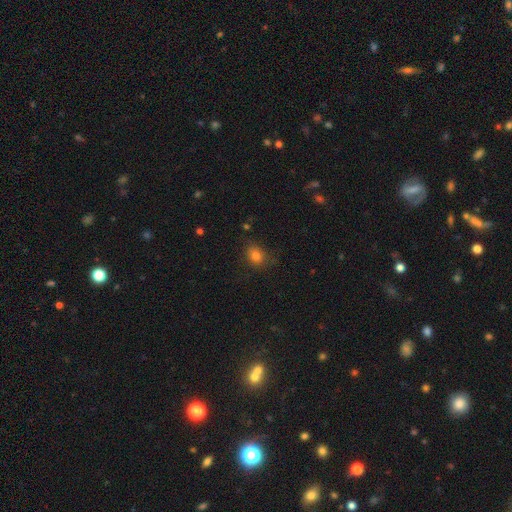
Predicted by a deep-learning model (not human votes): This appears to be a smooth galaxy with no disk features (80%) that is round (52%). Merging: none (75%).